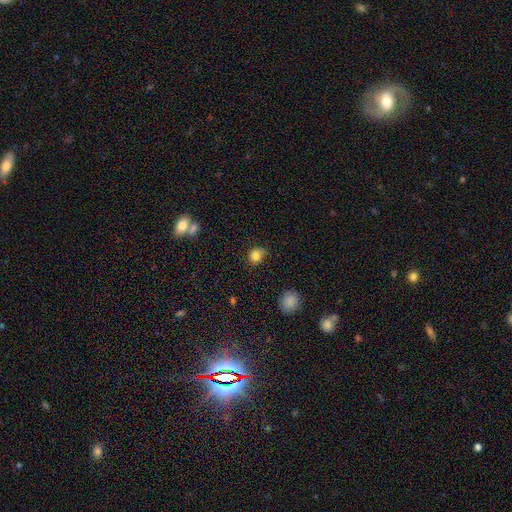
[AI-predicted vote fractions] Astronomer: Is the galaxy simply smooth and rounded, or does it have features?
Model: smooth — 82%.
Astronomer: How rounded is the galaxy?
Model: round — 76%.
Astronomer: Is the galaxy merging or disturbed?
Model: none — 70%.